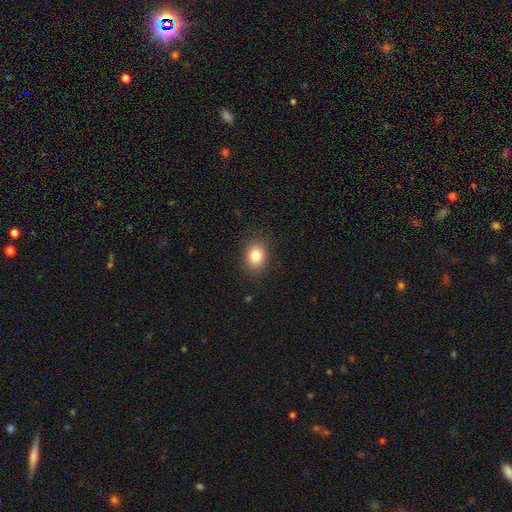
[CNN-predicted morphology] This is clearly a smooth galaxy (82%). How rounded: possibly in between (55%). Merging: clearly none (87%).